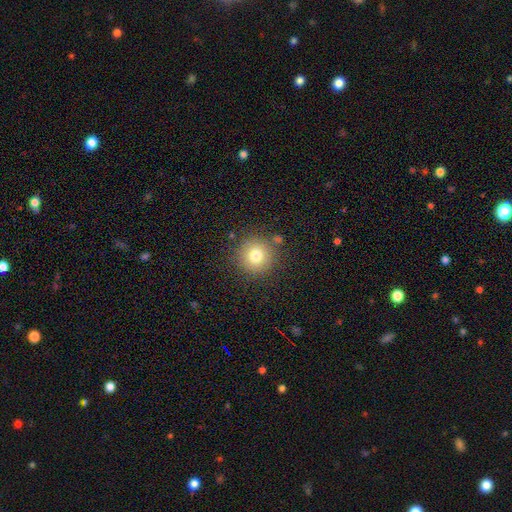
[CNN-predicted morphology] smooth_or_featured: smooth (p=0.77) [alt: star or artifact p=0.12]
how_rounded: round (p=0.95) [alt: in between p=0.04]
merging: none (p=0.84) [alt: minor disturbance p=0.09]